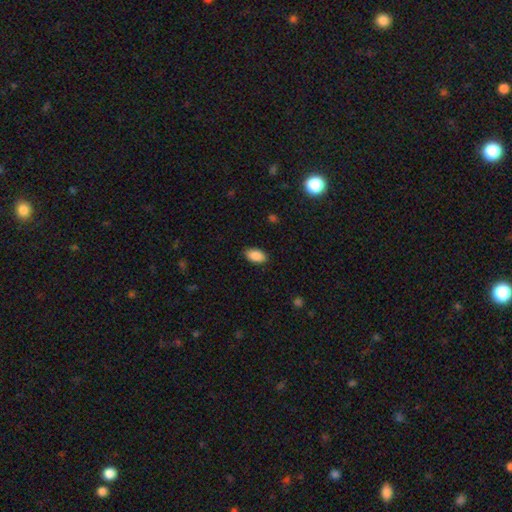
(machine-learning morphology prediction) Smooth or featured?
  - smooth: 89% *
  - star or artifact: 7%
  - featured or disk: 4%
How rounded?
  - in between: 94% *
  - round: 4%
  - cigar-shaped: 2%
Merging?
  - none: 88% *
  - minor disturbance: 9%
  - major disturbance: 2%
  - merger: 1%